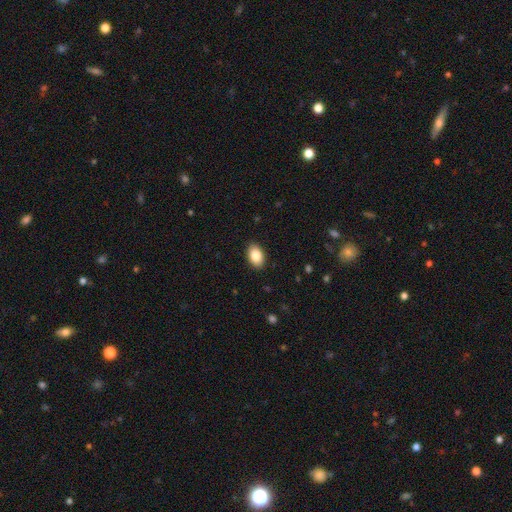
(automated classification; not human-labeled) The model was most divided on "how rounded": in between: 89%, round: 10%, cigar-shaped: 1%. More confident: merging — none (89%); smooth or featured — smooth (87%).